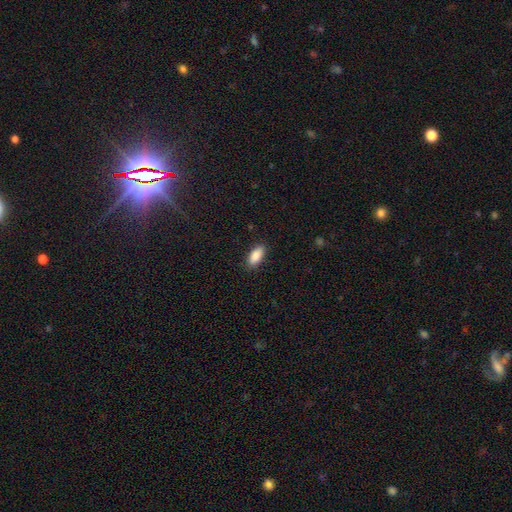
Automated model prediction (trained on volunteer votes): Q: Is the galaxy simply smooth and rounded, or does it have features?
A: smooth — 88%.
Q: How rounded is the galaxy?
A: in between — 87%.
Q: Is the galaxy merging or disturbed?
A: none — 87%.